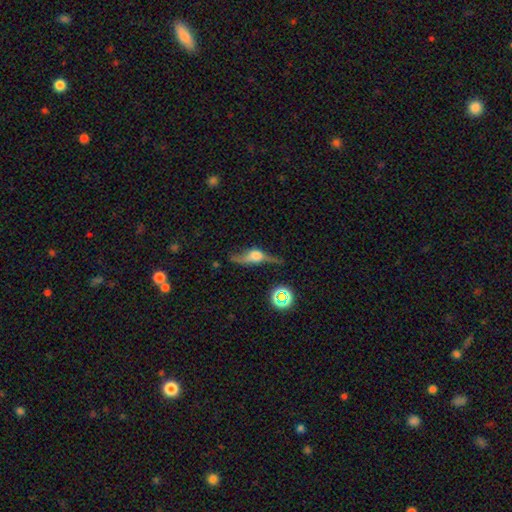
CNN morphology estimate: Smooth or featured? Predicted: featured or disk (p=0.64). Edge-on disk? Predicted: yes (p=0.72). Merging? Predicted: none (p=0.48).